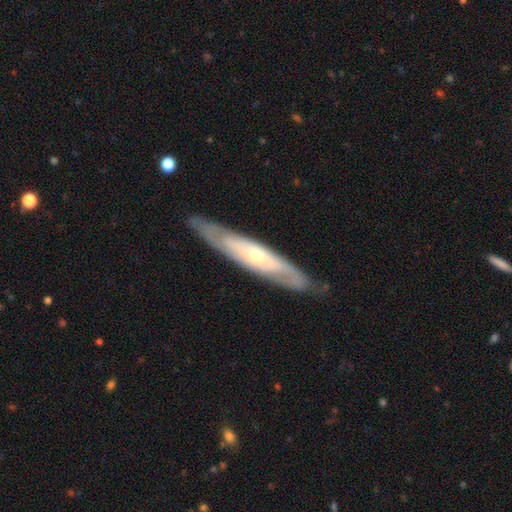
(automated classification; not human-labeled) featured or disk 72%, smooth 23%, star or artifact 5%. Down the decision tree: edge-on disk — no (53%); merging — none (83%).